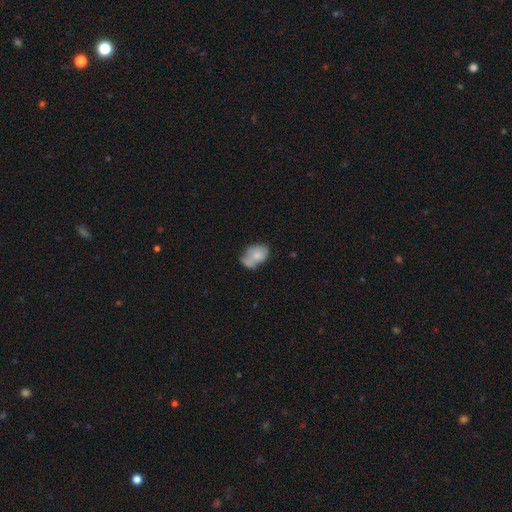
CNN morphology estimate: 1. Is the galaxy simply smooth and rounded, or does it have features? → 71% smooth, 21% featured or disk, 8% star or artifact.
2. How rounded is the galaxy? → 81% in between, 18% round, 1% cigar-shaped.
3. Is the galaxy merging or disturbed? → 34% none, 29% merger, 27% minor disturbance, 10% major disturbance.